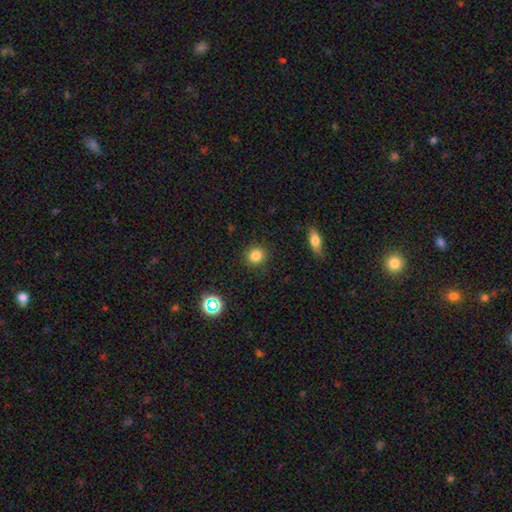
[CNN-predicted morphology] A smooth galaxy with no disk features (82%) that is round (87%). Merging: none (90%).